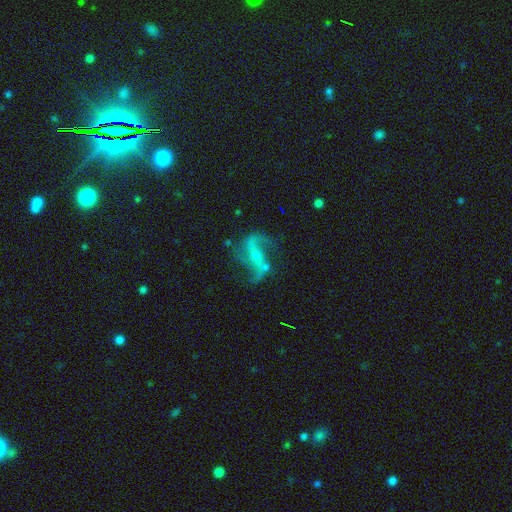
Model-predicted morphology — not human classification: A featured or disk galaxy (85%) with a strong bar (37%), 2 (89%) loose (78%) spiral arms (93%) and a small central bulge (61%).

Vote fractions:
- Smooth or featured? featured or disk: 85% / smooth: 8% / star or artifact: 7%
- Edge-on disk? no: 95% / yes: 5%
- Bar? strong: 37% / weak: 35% / no: 28%
- Spiral arms? yes: 93% / no: 7%
- Spiral winding? loose: 78% / medium: 18% / tight: 4%
- Spiral arm count? 2: 89% / 1: 3% / can't tell: 3% / 3: 2% / 4: 1% / more than 4: 1%
- Bulge size? small: 61% / moderate: 30% / none: 6% / large: 2% / dominant: 1%
- Merging? none: 58% / minor disturbance: 19% / major disturbance: 17% / merger: 6%